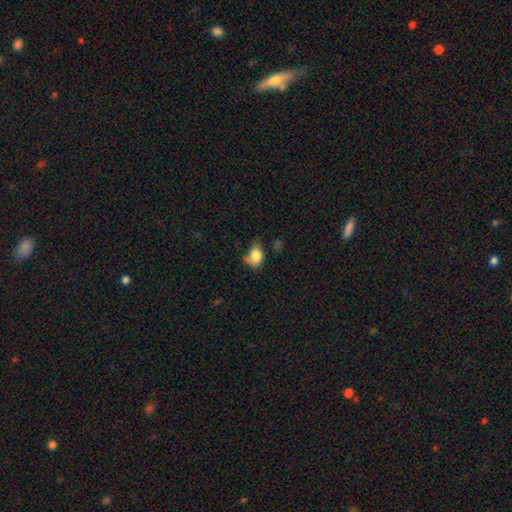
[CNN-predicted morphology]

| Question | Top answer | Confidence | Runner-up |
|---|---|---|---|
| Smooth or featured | smooth | 81% | featured or disk (10%) |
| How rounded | in between | 69% | round (29%) |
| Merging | none | 39% | minor disturbance (37%) |